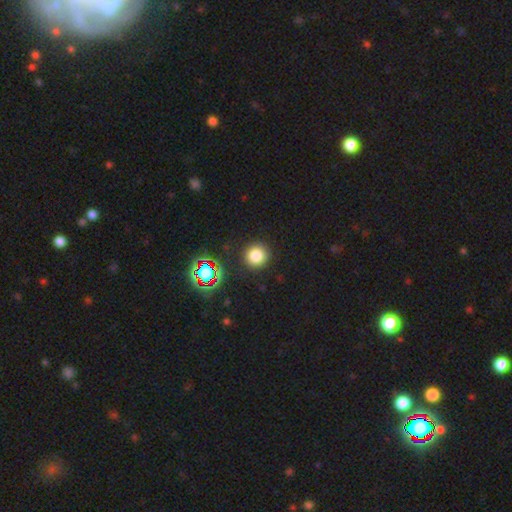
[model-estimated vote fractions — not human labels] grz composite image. It shows a smooth galaxy with no disk features (78%) that is round (94%). Merging: none (90%).